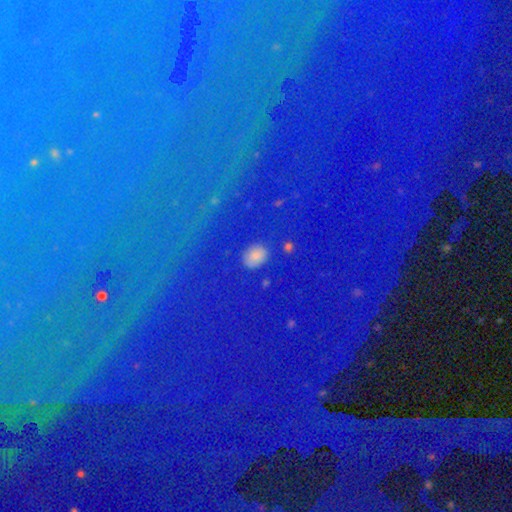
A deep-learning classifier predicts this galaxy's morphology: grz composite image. It shows a smooth galaxy with no disk features (66%) that is in between round and cigar-shaped (51%). Merging: none (87%).